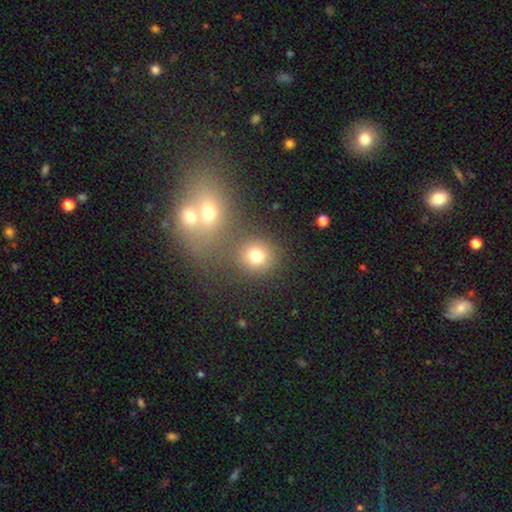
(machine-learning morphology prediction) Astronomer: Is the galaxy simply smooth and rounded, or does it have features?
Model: smooth — 75%.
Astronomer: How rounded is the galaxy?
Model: round — 86%.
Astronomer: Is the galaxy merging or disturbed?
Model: none — 70%.